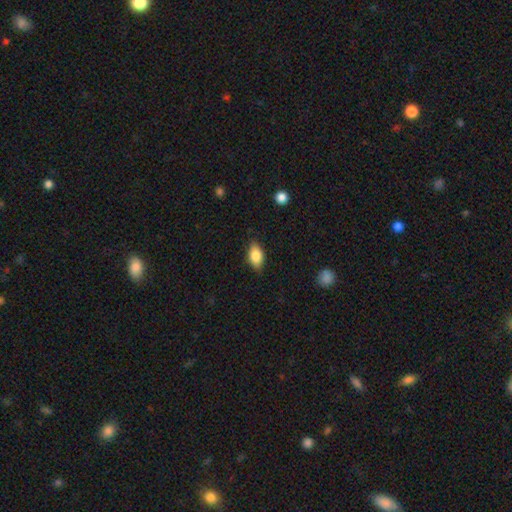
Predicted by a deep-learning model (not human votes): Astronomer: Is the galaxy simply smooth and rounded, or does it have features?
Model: smooth — 81%.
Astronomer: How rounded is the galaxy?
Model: in between — 89%.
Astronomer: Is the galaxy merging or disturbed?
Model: none — 83%.